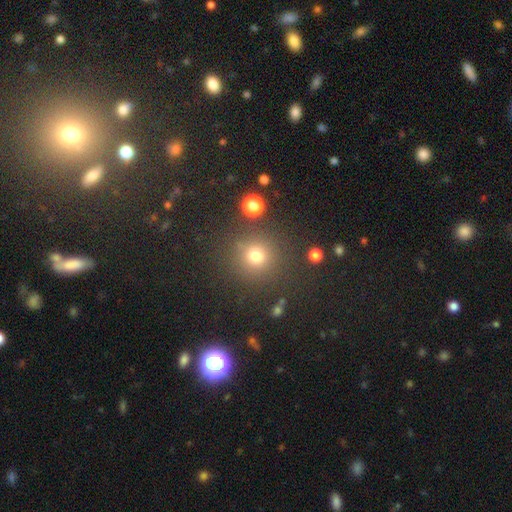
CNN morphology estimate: Q: Smooth or featured?
A: smooth (76%); runner-up: star or artifact (18%)
Q: How rounded?
A: round (93%); runner-up: in between (6%)
Q: Merging?
A: none (83%); runner-up: minor disturbance (8%)